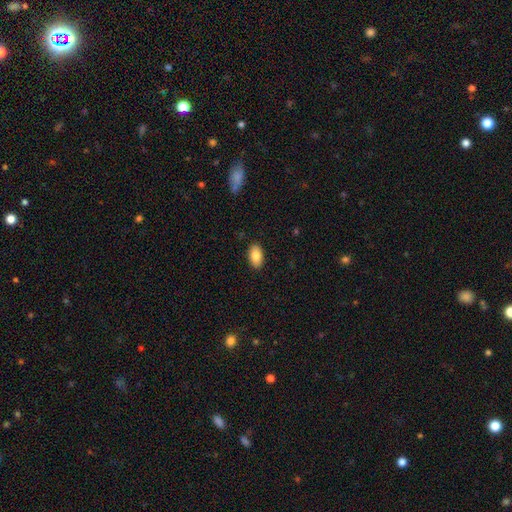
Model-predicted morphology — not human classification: This appears to be a smooth galaxy with no disk features (83%) that is in between round and cigar-shaped (93%). Merging: none (89%).